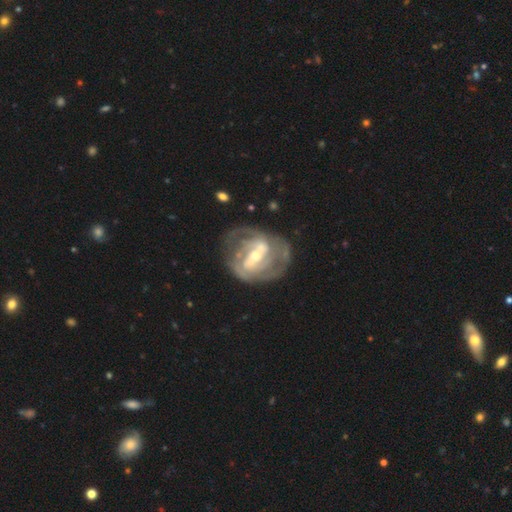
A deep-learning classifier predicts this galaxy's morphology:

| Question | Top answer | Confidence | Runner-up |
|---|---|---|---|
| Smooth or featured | featured or disk | 85% | smooth (10%) |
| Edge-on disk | no | 96% | yes (4%) |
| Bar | strong | 58% | weak (29%) |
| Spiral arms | yes | 86% | no (14%) |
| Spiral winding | tight | 47% | medium (39%) |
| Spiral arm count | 2 | 49% | can't tell (25%) |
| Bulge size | moderate | 47% | small (45%) |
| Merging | none | 63% | minor disturbance (18%) |